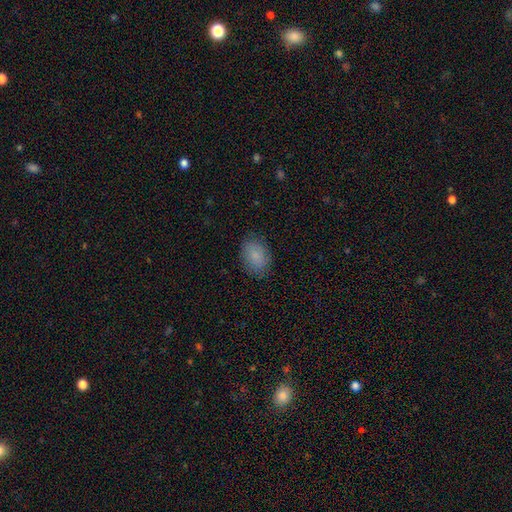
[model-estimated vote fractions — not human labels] This is clearly a smooth galaxy (86%). How rounded: likely in between (78%). Merging: clearly none (84%).